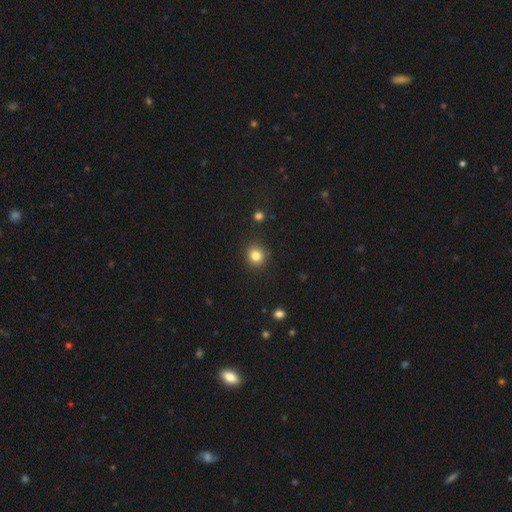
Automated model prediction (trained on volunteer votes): smooth-or-featured: smooth: 83% | star or artifact: 12% | featured or disk: 6%
  how-rounded: round: 89% | in between: 10% | cigar-shaped: 1%
  merging: none: 89% | minor disturbance: 7% | major disturbance: 2% | merger: 2%